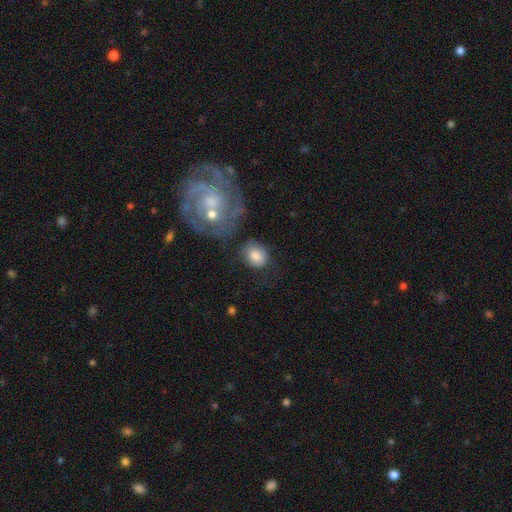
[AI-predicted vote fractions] A smooth galaxy with no disk features (79%) that is round (65%).

Vote fractions:
- Smooth or featured? smooth: 79% / featured or disk: 13% / star or artifact: 8%
- How rounded? round: 65% / in between: 34% / cigar-shaped: 1%
- Merging? none: 67% / minor disturbance: 17% / major disturbance: 8% / merger: 7%